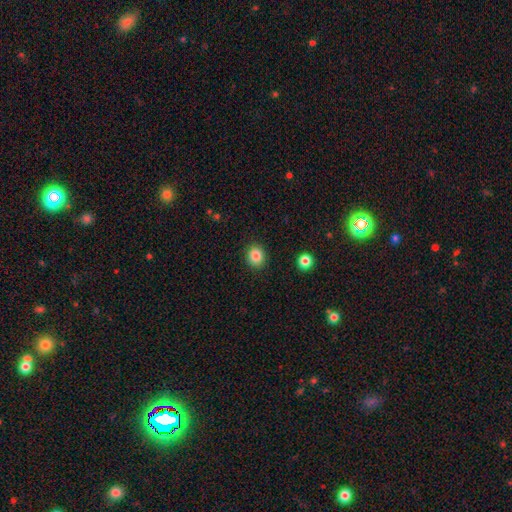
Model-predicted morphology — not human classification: Smooth or featured? smooth (85%)
How rounded? round (76%)
Merging? none (90%)